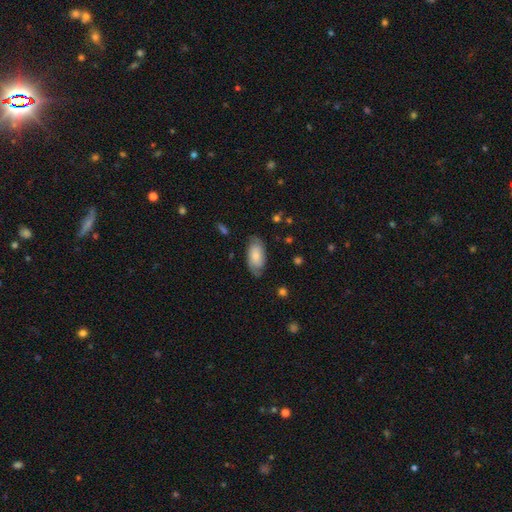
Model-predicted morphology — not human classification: smooth_or_featured: smooth (p=0.55) [alt: featured or disk p=0.38]
how_rounded: in between (p=0.93) [alt: cigar-shaped p=0.04]
merging: none (p=0.77) [alt: minor disturbance p=0.17]